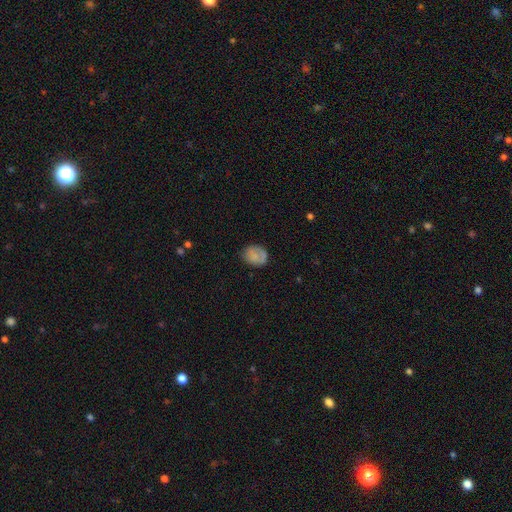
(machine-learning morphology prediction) Smooth or featured? Predicted: smooth (p=0.74). How rounded? Predicted: round (p=0.55). Merging? Predicted: none (p=0.68).